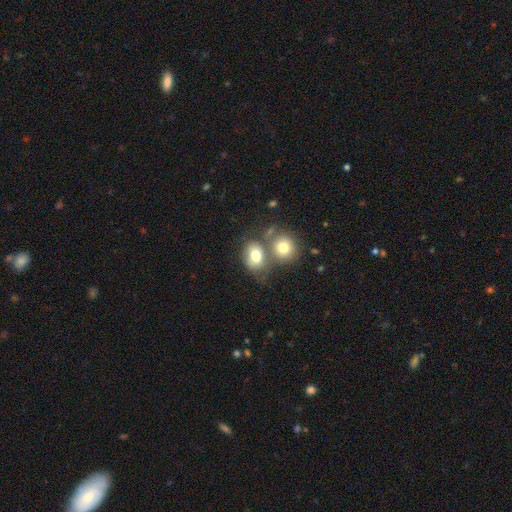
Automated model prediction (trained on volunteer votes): Smooth or featured? smooth (74%)
How rounded? in between (56%)
Merging? merger (45%)